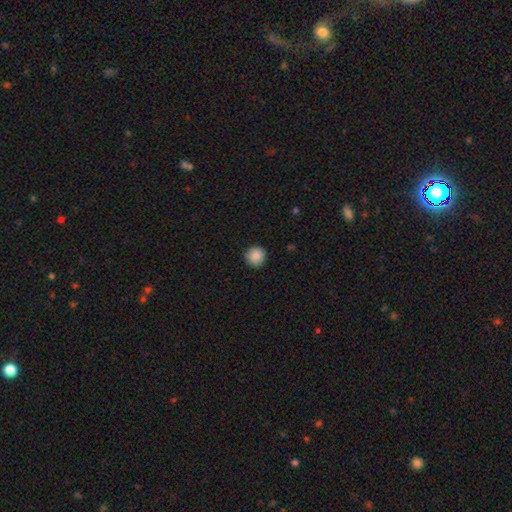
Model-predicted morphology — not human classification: This appears to be a smooth galaxy with no disk features (88%) that is round (95%). Merging: none (90%).